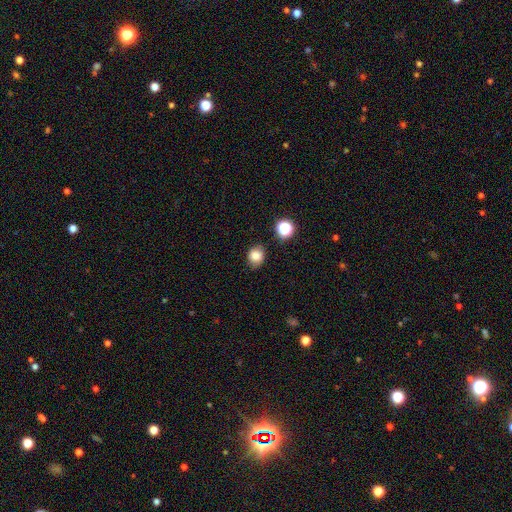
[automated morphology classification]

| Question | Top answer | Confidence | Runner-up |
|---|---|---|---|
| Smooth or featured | smooth | 81% | star or artifact (12%) |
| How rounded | round | 61% | in between (38%) |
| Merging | none | 81% | minor disturbance (13%) |